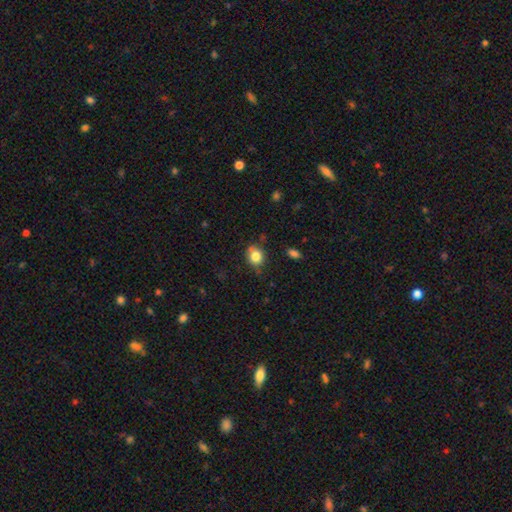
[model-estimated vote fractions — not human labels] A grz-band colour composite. It shows a smooth galaxy with no disk features (82%) that is round (59%). Merging: none (70%).